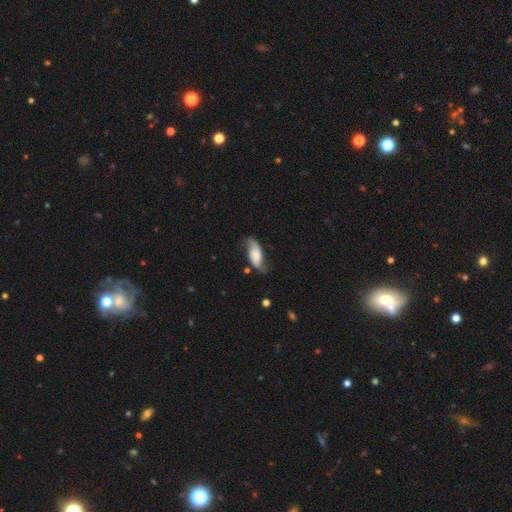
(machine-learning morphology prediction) type=smooth (48%); merging=none (55%).